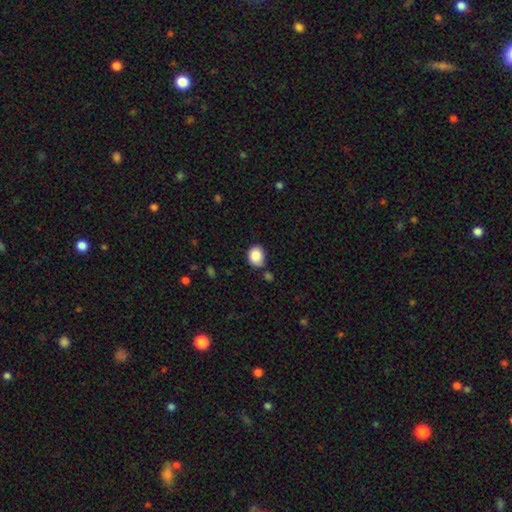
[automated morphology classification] A smooth galaxy with no disk features (87%) that is round (51%).

Vote fractions:
- Smooth or featured? smooth: 87% / star or artifact: 8% / featured or disk: 5%
- How rounded? round: 51% / in between: 48% / cigar-shaped: 1%
- Merging? none: 68% / minor disturbance: 21% / merger: 6% / major disturbance: 4%